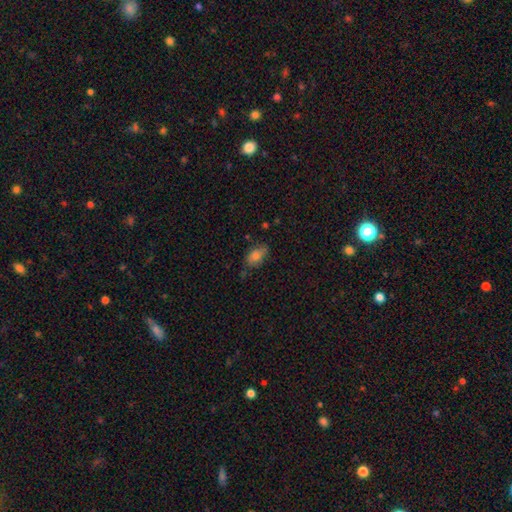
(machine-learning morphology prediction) A smooth galaxy with no disk features (74%) that is in between round and cigar-shaped (86%).

Vote fractions:
- Smooth or featured? smooth: 74% / featured or disk: 15% / star or artifact: 11%
- How rounded? in between: 86% / round: 11% / cigar-shaped: 3%
- Merging? none: 65% / minor disturbance: 26% / major disturbance: 6% / merger: 3%